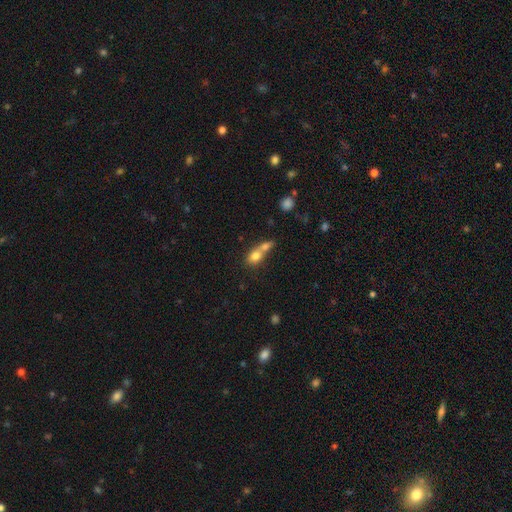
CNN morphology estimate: smooth_or_featured: smooth (p=0.74) [alt: featured or disk p=0.17]
how_rounded: in between (p=0.61) [alt: round p=0.31]
merging: merger (p=0.68) [alt: none p=0.21]